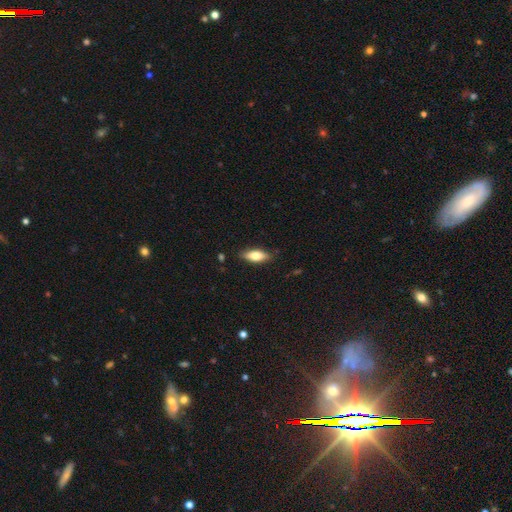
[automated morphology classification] smooth_or_featured: smooth (p=0.73) [alt: featured or disk p=0.21]
how_rounded: in between (p=0.76) [alt: cigar-shaped p=0.22]
merging: none (p=0.85) [alt: minor disturbance p=0.12]